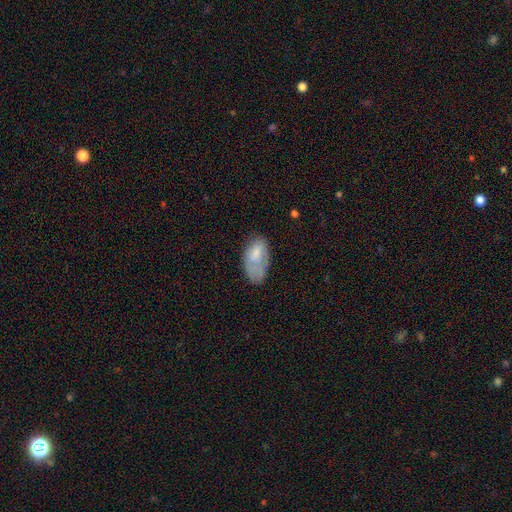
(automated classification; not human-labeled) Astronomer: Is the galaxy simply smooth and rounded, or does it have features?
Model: smooth — 70%.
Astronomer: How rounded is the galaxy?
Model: in between — 94%.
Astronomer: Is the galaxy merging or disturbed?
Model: none — 45% (runner-up: minor disturbance, 33%).